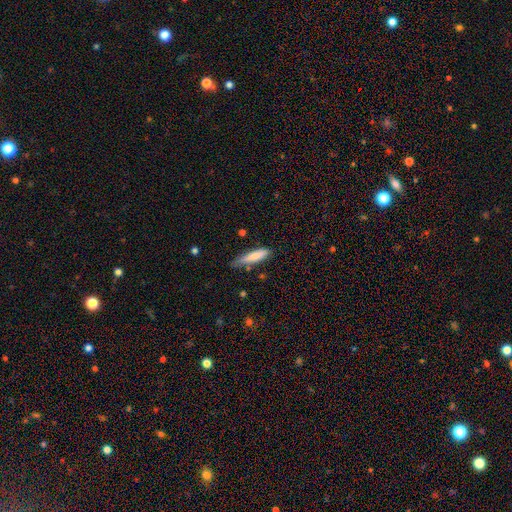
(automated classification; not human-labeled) The model was most divided on "merging": none: 60%, minor disturbance: 31%, major disturbance: 6%, merger: 3%. More confident: smooth or featured — smooth (78%); how rounded — cigar-shaped (76%).